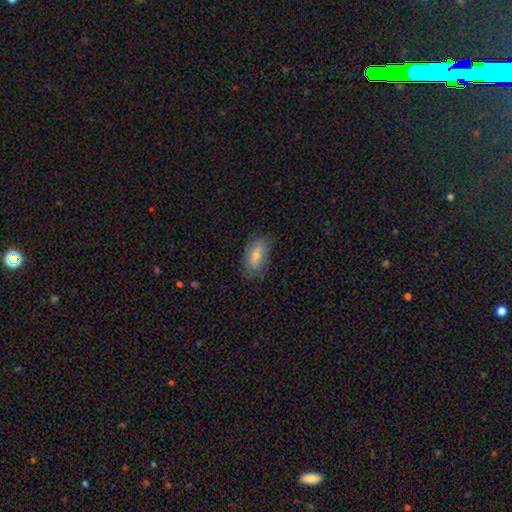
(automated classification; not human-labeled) A smooth galaxy with no disk features (68%) that is in between round and cigar-shaped (88%). Merging: none (80%).